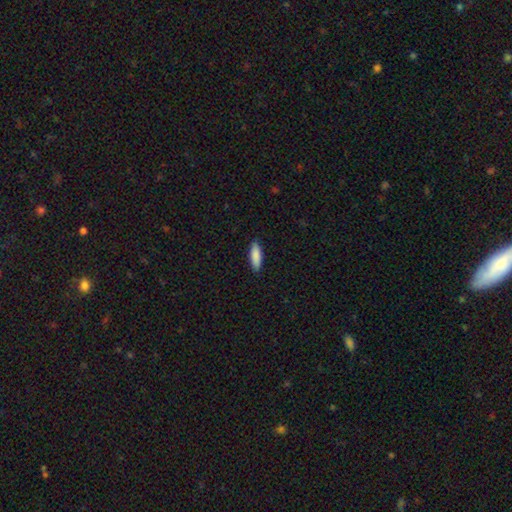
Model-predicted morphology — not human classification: type=smooth (88%); roundness=in between (51%); merging=none (88%).